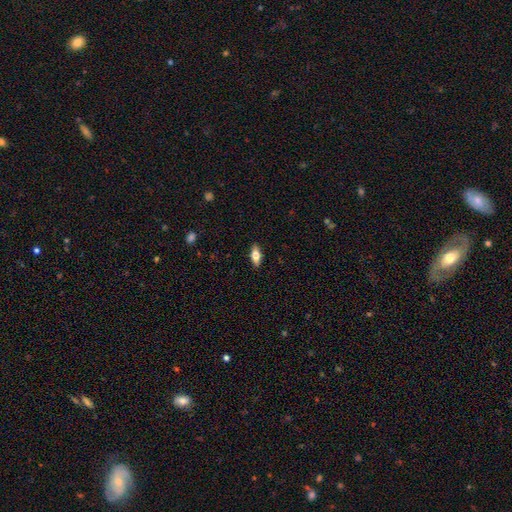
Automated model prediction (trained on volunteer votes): smooth-or-featured: smooth: 73% | featured or disk: 21% | star or artifact: 7%
  how-rounded: in between: 78% | cigar-shaped: 19% | round: 3%
  merging: none: 88% | minor disturbance: 9% | major disturbance: 2% | merger: 1%